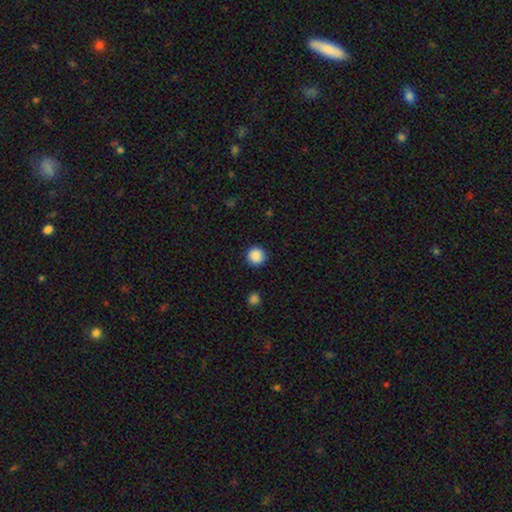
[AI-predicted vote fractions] A smooth galaxy with no disk features (88%) that is round (95%). Merging: none (91%).